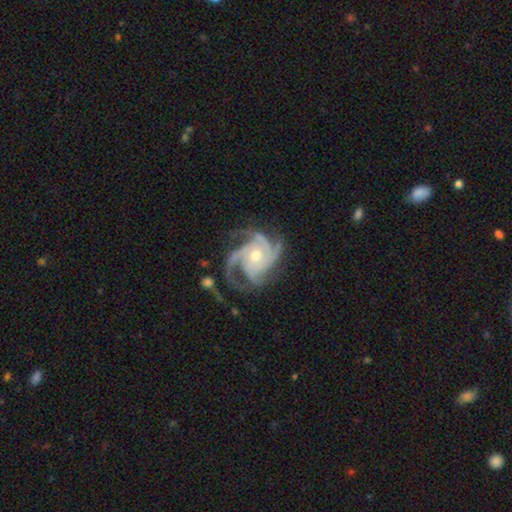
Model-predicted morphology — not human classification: Smooth or featured? featured or disk (93%)
Edge-on disk? no (98%)
Bar? no (75%)
Spiral arms? yes (98%)
Spiral winding? tight (52%)
Spiral arm count? 3 (41%)
Bulge size? moderate (61%)
Merging? none (67%)